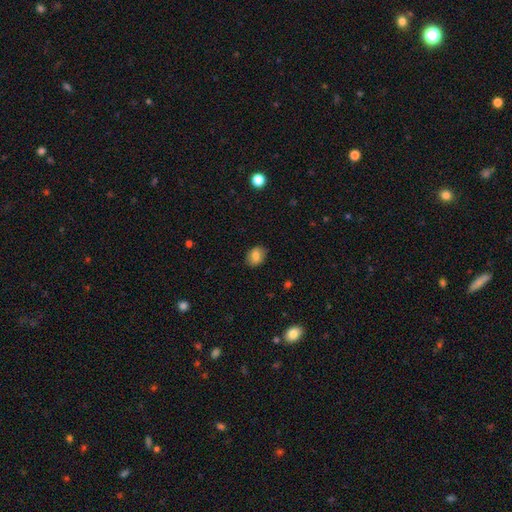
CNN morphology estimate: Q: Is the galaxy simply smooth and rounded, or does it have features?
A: smooth — 78%.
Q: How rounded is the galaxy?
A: in between — 65%.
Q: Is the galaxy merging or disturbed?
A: none — 84%.